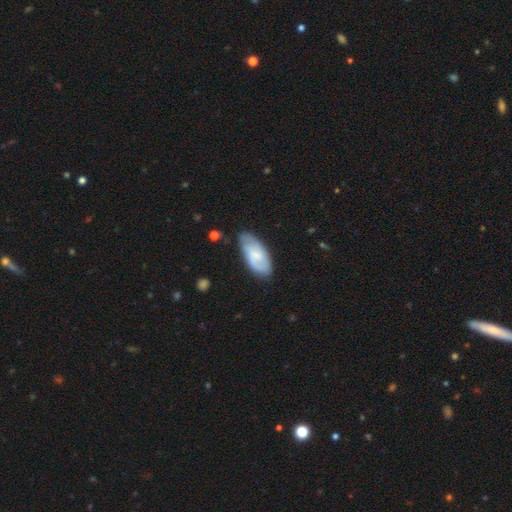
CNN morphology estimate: Smooth or featured: featured or disk — 49% (smooth — 45%)
Merging: none — 70% (minor disturbance — 23%)